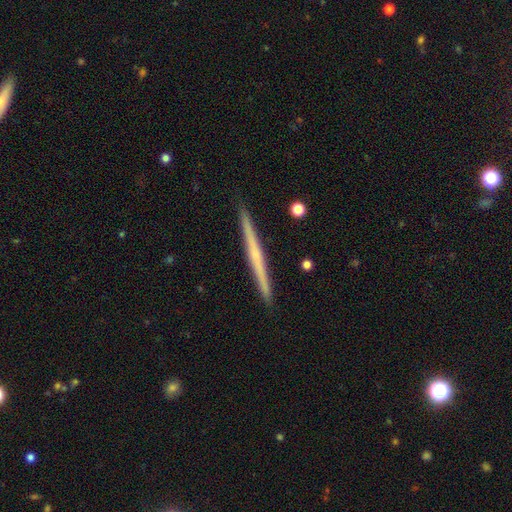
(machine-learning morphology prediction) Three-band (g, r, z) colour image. It shows a featured or disk galaxy (63%) viewed edge-on (98%) with no central bulge (65%). Merging: none (92%).